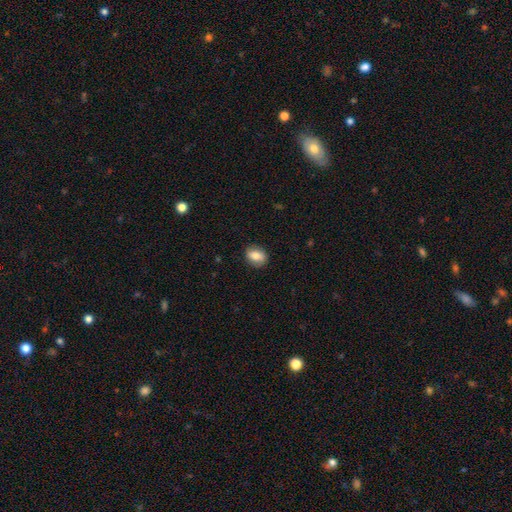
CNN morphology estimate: A smooth galaxy with no disk features (77%) that is in between round and cigar-shaped (63%). Merging: none (85%).